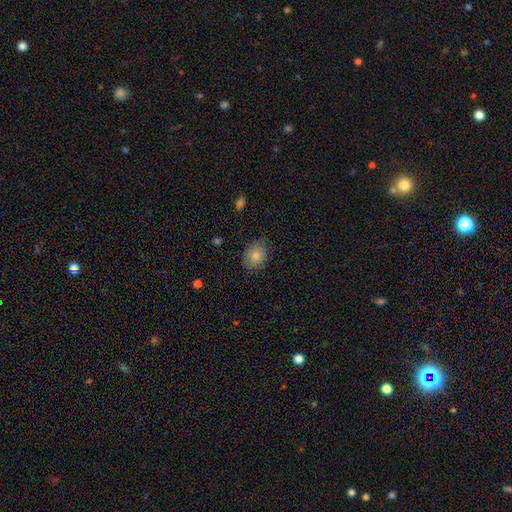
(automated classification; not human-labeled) Q: Smooth or featured?
A: smooth (79%); runner-up: star or artifact (11%)
Q: How rounded?
A: in between (58%); runner-up: round (40%)
Q: Merging?
A: none (80%); runner-up: minor disturbance (16%)